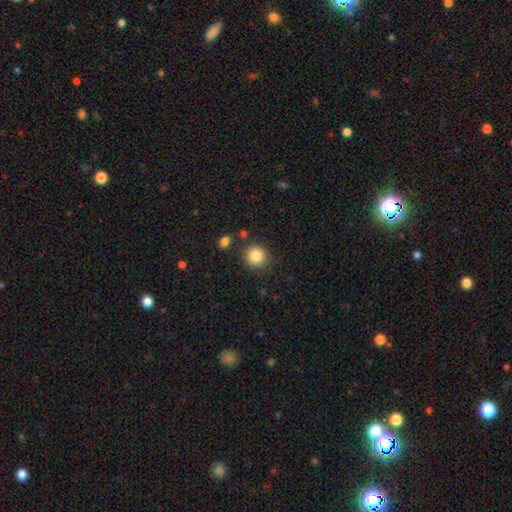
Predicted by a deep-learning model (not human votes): smooth_or_featured: smooth (p=0.86) [alt: star or artifact p=0.09]
how_rounded: round (p=0.89) [alt: in between p=0.10]
merging: none (p=0.84) [alt: minor disturbance p=0.09]